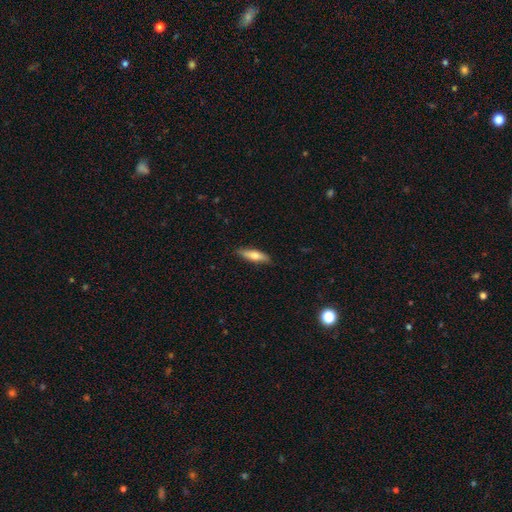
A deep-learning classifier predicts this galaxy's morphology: Smooth or featured: smooth — 67% (featured or disk — 28%)
How rounded: cigar-shaped — 62% (in between — 36%)
Merging: none — 86% (minor disturbance — 11%)